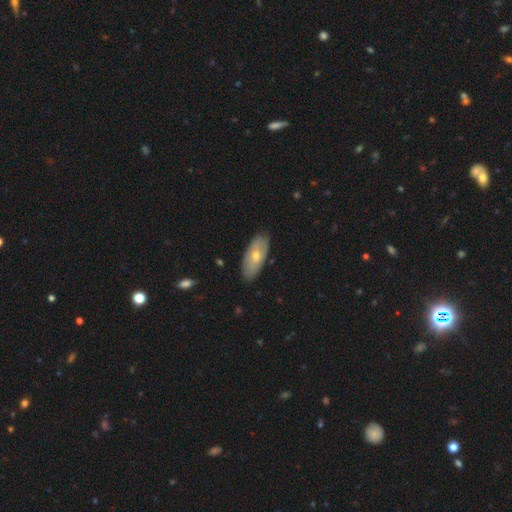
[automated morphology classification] This is possibly a smooth galaxy (52%). How rounded: clearly in between (83%). Merging: clearly none (85%).